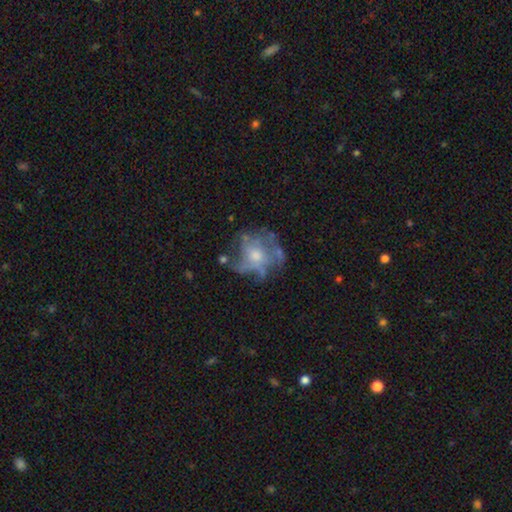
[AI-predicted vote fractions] Overall: featured or disk (64%; smooth 25%). Edge-on disk: no (97%). Bar: no (84%). Spiral arms: no (56%; yes 44%). Bulge size: moderate (57%; small 30%). Merging: none (49%; major disturbance 27%).